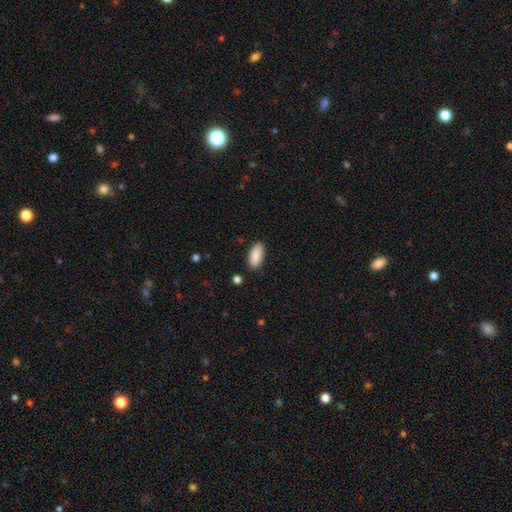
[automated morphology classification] Q: Smooth or featured?
A: smooth (90%); runner-up: star or artifact (6%)
Q: How rounded?
A: in between (87%); runner-up: cigar-shaped (11%)
Q: Merging?
A: none (87%); runner-up: minor disturbance (9%)